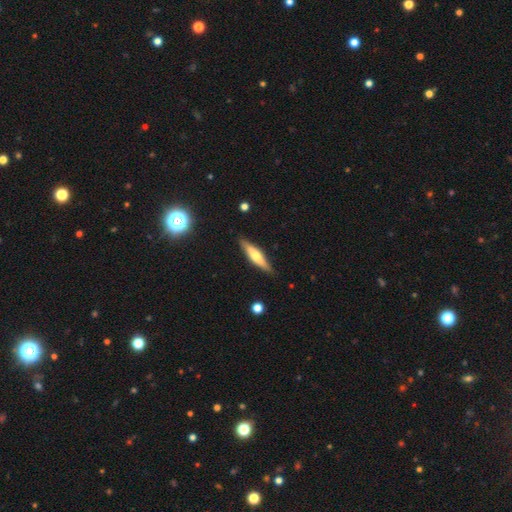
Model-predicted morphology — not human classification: The model was most divided on "smooth or featured": featured or disk: 52%, smooth: 42%, star or artifact: 6%. More confident: edge-on disk — yes (92%); merging — none (87%).